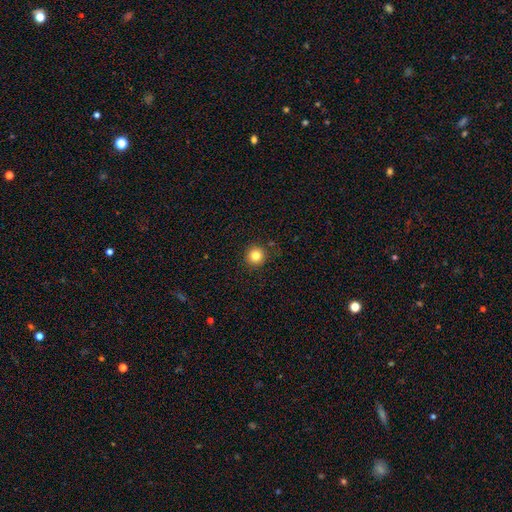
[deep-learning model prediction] Smooth or featured: smooth — 82% (star or artifact — 12%)
How rounded: round — 95% (in between — 4%)
Merging: none — 90% (minor disturbance — 7%)